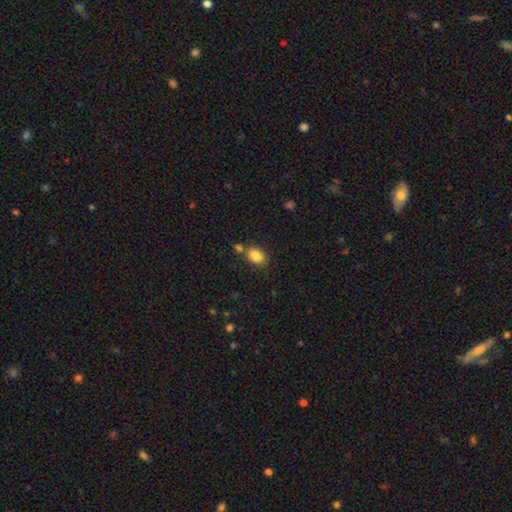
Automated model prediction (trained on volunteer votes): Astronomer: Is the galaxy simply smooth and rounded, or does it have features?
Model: smooth — 85%.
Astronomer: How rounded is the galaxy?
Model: in between — 80%.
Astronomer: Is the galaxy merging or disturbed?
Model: none — 68%.